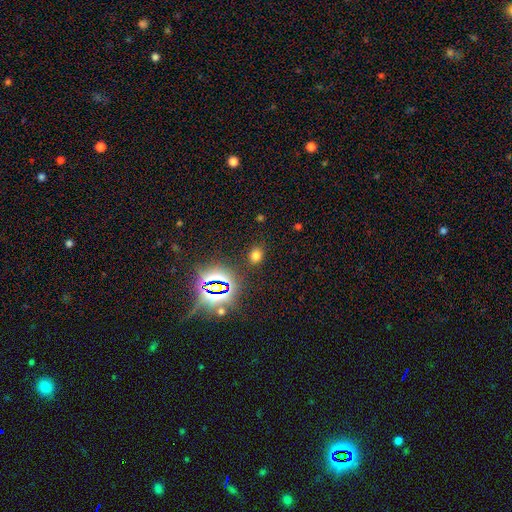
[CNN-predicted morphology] A smooth galaxy with no disk features (64%) that is in between round and cigar-shaped (49%, tied with round).

Vote fractions:
- Smooth or featured? smooth: 64% / star or artifact: 29% / featured or disk: 7%
- How rounded? in between: 49% (tied) / round: 49% (tied) / cigar-shaped: 1%
- Merging? none: 85% / minor disturbance: 9% / major disturbance: 4% / merger: 3%